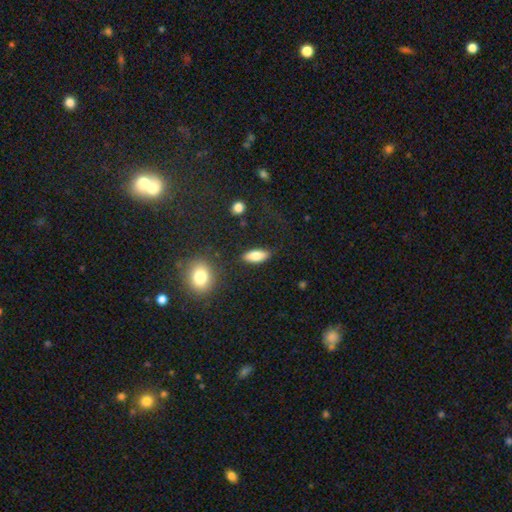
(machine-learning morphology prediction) A smooth galaxy with no disk features (80%) that is in between round and cigar-shaped (78%). Merging: none (85%).